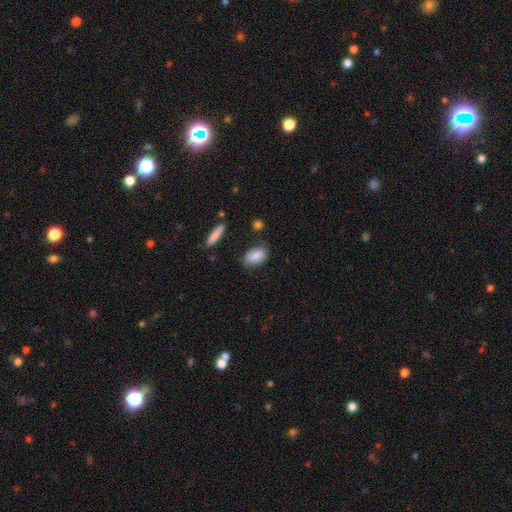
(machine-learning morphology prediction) smooth-or-featured: smooth: 85% | featured or disk: 9% | star or artifact: 7%
  how-rounded: in between: 89% | round: 7% | cigar-shaped: 4%
  merging: none: 77% | minor disturbance: 17% | major disturbance: 4% | merger: 3%